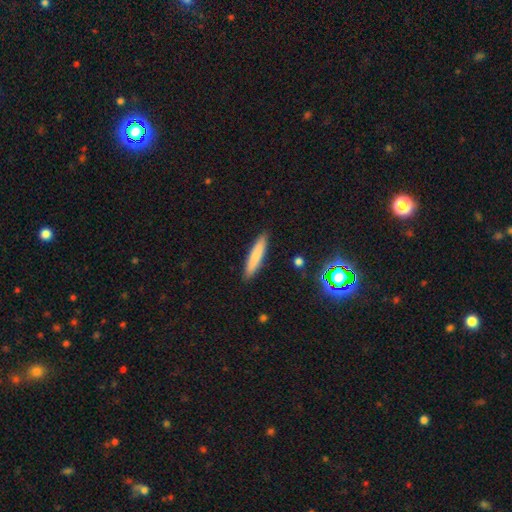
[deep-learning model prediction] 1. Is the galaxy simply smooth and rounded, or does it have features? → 80% smooth, 13% featured or disk, 7% star or artifact.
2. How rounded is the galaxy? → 88% cigar-shaped, 11% in between, 1% round.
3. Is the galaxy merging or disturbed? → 90% none, 7% minor disturbance, 2% major disturbance, 1% merger.